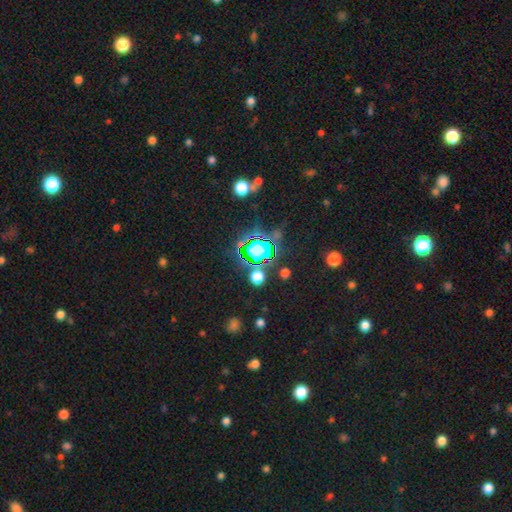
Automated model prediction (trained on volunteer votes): Smooth or featured? star or artifact (82%)